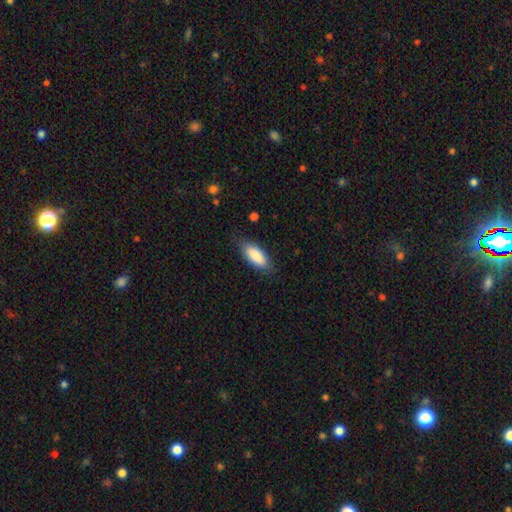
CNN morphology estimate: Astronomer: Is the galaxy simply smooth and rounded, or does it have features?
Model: smooth — 87%.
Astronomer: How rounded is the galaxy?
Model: in between — 84%.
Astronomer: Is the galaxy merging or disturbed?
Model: none — 81%.